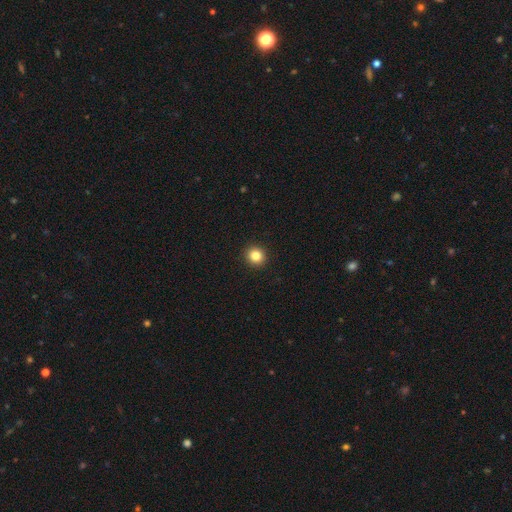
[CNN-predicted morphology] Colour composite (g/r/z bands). It shows a smooth galaxy with no disk features (84%) that is round (91%). Merging: none (94%).